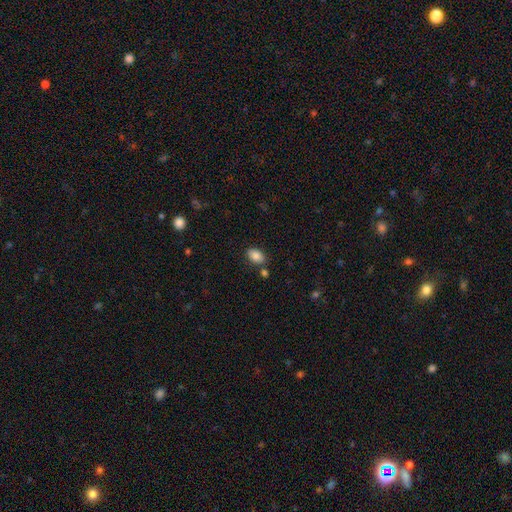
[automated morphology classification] Smooth or featured: smooth — 85% (star or artifact — 8%)
How rounded: in between — 87% (round — 12%)
Merging: none — 77% (minor disturbance — 12%)